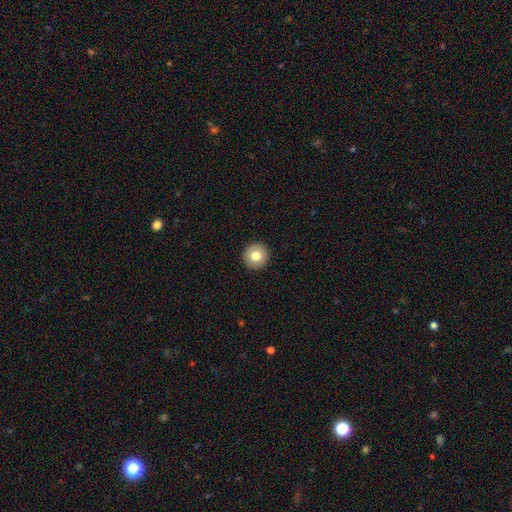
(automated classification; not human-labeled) Morphology: type=smooth (78%); roundness=round (96%); merging=none (93%).